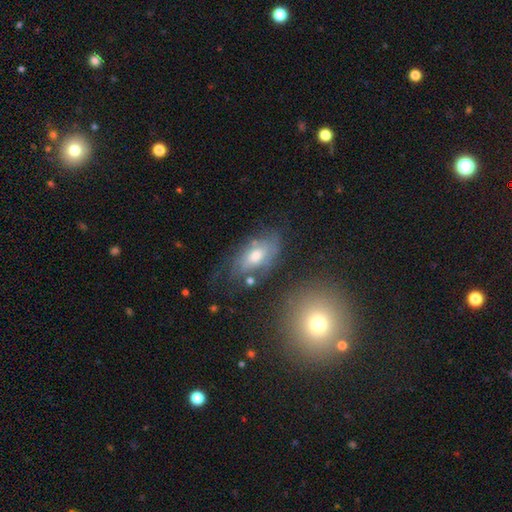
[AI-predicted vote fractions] smooth_or_featured: featured or disk (p=0.47) [alt: smooth p=0.43]
merging: none (p=0.61) [alt: minor disturbance p=0.22]